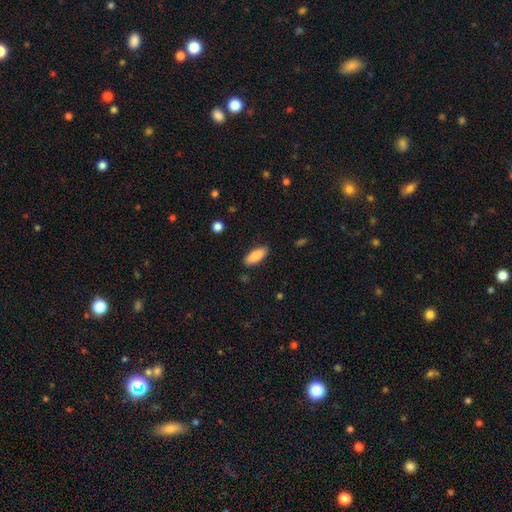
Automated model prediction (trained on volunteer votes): A smooth galaxy with no disk features (87%) that is in between round and cigar-shaped (79%). Merging: none (87%).